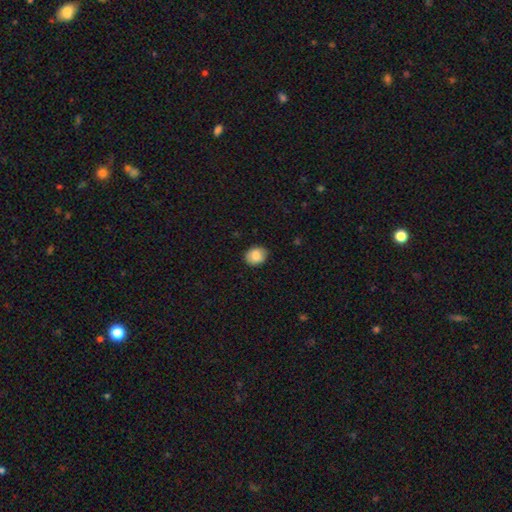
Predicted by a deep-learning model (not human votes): A smooth galaxy with no disk features (87%) that is in between round and cigar-shaped (54%).

Vote fractions:
- Smooth or featured? smooth: 87% / star or artifact: 7% / featured or disk: 6%
- How rounded? in between: 54% / round: 45% / cigar-shaped: 1%
- Merging? none: 85% / minor disturbance: 12% / major disturbance: 2% / merger: 1%